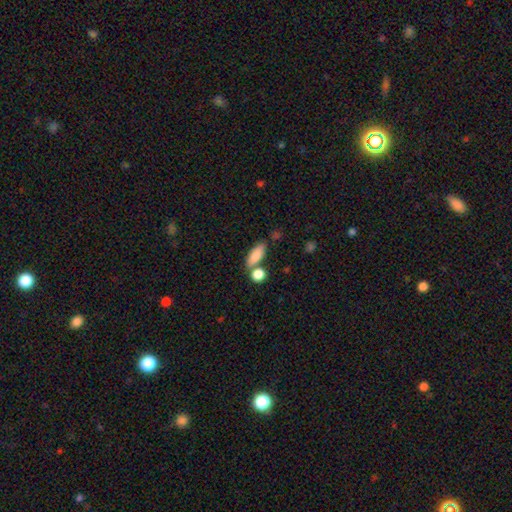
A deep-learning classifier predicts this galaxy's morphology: A smooth galaxy with no disk features (84%) that is in between round and cigar-shaped (75%).

Vote fractions:
- Smooth or featured? smooth: 84% / featured or disk: 9% / star or artifact: 7%
- How rounded? in between: 75% / cigar-shaped: 20% / round: 5%
- Merging? none: 60% / merger: 24% / minor disturbance: 12% / major disturbance: 4%